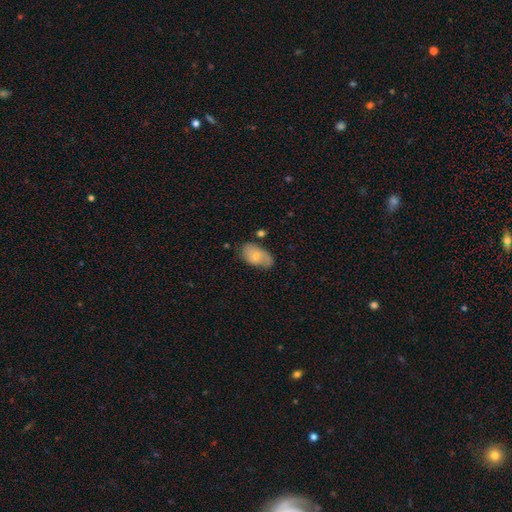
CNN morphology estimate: The model was most divided on "merging": none: 58%, minor disturbance: 30%, major disturbance: 8%, merger: 4%. More confident: how rounded — in between (93%); smooth or featured — smooth (64%).